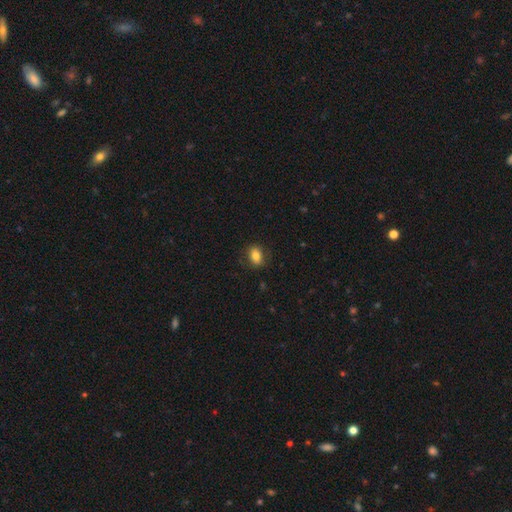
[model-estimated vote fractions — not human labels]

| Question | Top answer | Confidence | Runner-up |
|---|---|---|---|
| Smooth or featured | smooth | 83% | star or artifact (9%) |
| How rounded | in between | 74% | round (25%) |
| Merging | none | 83% | minor disturbance (13%) |